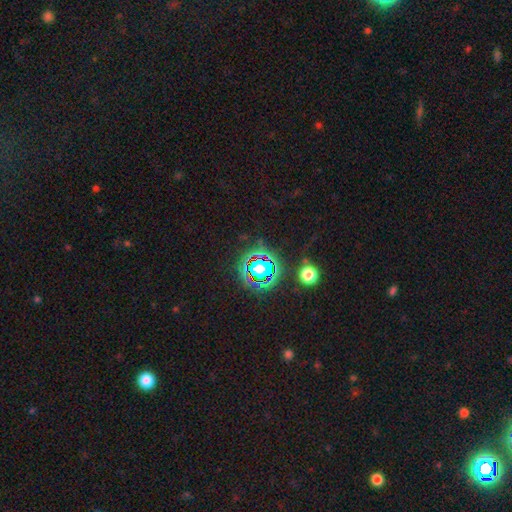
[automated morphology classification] Smooth or featured? Predicted: star or artifact (p=0.77).